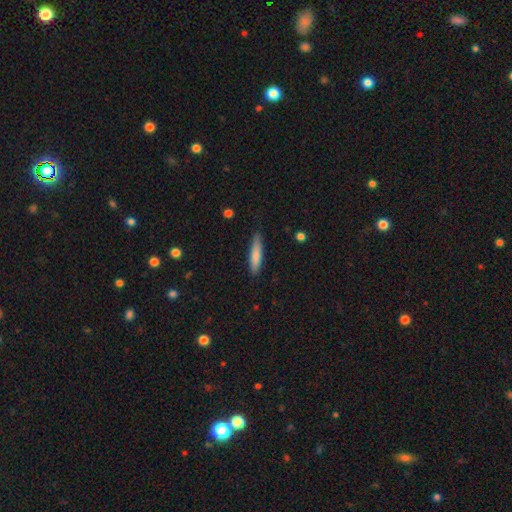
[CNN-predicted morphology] This is likely a smooth galaxy (80%). How rounded: clearly cigar-shaped (81%). Merging: likely none (78%).